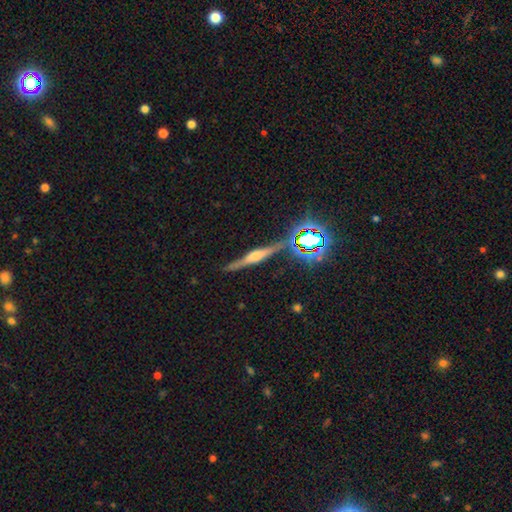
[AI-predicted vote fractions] A featured or disk galaxy (68%) viewed edge-on (96%) with a rounded central bulge (77%). Merging: none (84%).